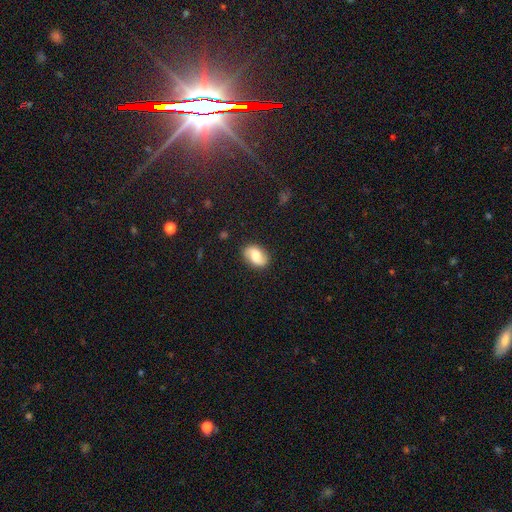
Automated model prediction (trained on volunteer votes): A featured or disk galaxy (50%).

Vote fractions:
- Smooth or featured? featured or disk: 50% / smooth: 42% / star or artifact: 8%
- Edge-on disk? no: 97% / yes: 3%
- Merging? none: 84% / minor disturbance: 12% / major disturbance: 3% / merger: 1%